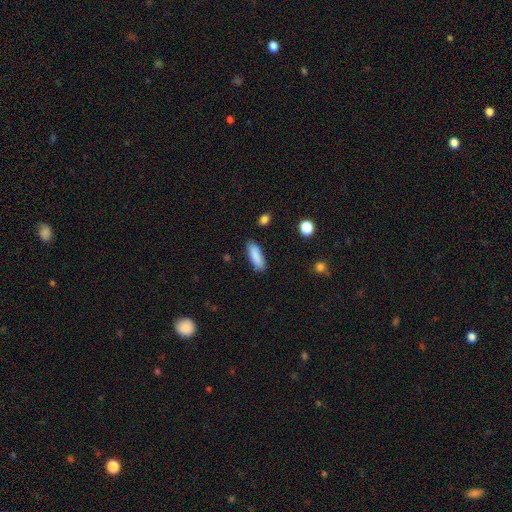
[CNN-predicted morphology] smooth_or_featured: smooth (p=0.88) [alt: star or artifact p=0.06]
how_rounded: in between (p=0.54) [alt: cigar-shaped p=0.44]
merging: none (p=0.87) [alt: minor disturbance p=0.10]